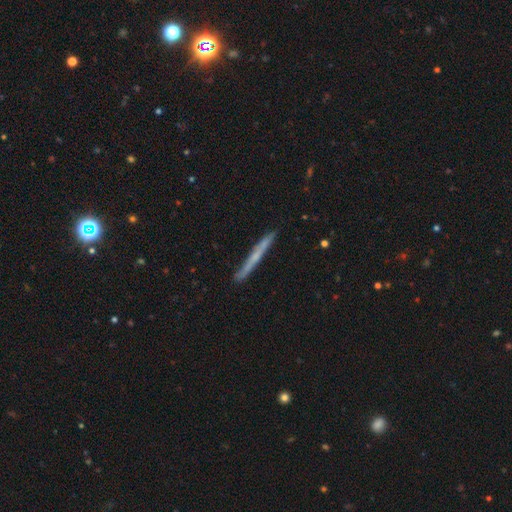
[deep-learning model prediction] Overall: featured or disk (51%; smooth 43%). Edge-on disk: yes (96%). Merging: none (89%).